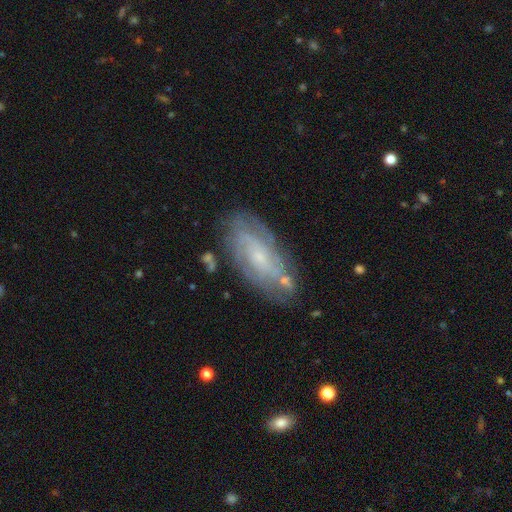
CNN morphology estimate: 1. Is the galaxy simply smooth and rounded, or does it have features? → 68% featured or disk, 23% smooth, 10% star or artifact.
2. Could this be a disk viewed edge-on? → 87% no, 13% yes.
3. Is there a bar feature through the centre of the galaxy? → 56% no, 36% weak, 8% strong.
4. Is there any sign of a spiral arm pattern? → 81% yes, 19% no.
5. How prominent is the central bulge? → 58% small, 30% moderate, 9% none, 2% large, 1% dominant.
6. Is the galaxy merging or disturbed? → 75% none, 16% minor disturbance, 5% major disturbance, 4% merger.